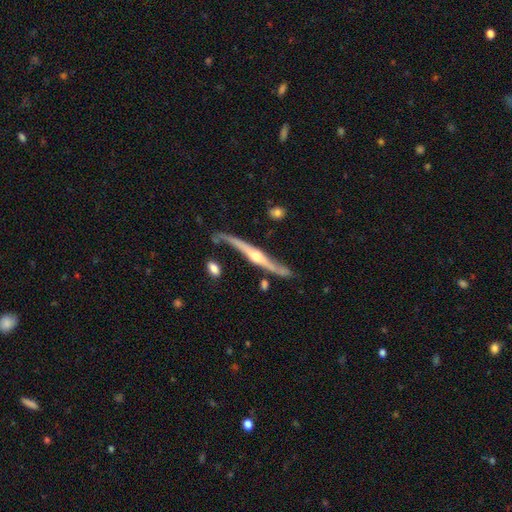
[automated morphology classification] Smooth or featured: featured or disk — 85% (smooth — 11%)
Edge-on disk: yes — 88% (no — 12%)
Edge-on bulge: rounded — 92% (none — 5%)
Merging: none — 66% (minor disturbance — 22%)